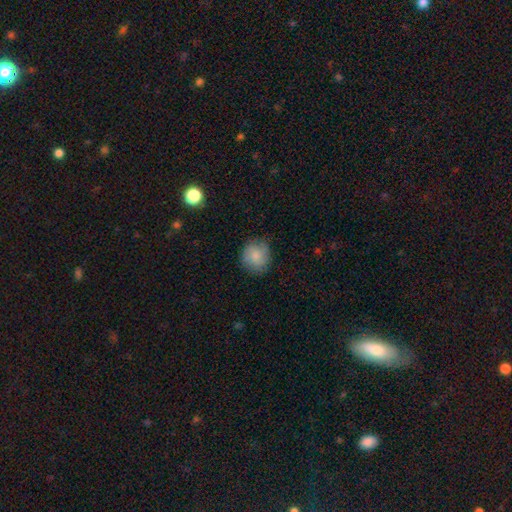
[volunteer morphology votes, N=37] This is clearly a smooth galaxy (86%). How rounded: clearly round (91%). Merging: clearly none (86%).